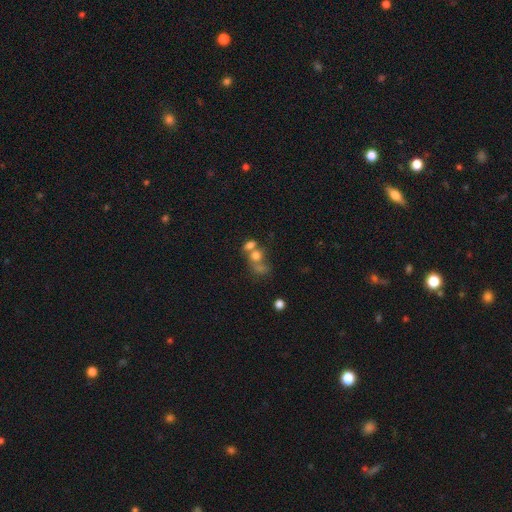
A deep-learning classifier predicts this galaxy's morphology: smooth-or-featured: smooth: 66% | featured or disk: 19% | star or artifact: 15%
  how-rounded: in between: 50% | round: 48% | cigar-shaped: 2%
  merging: merger: 57% | none: 23% | major disturbance: 11% | minor disturbance: 9%